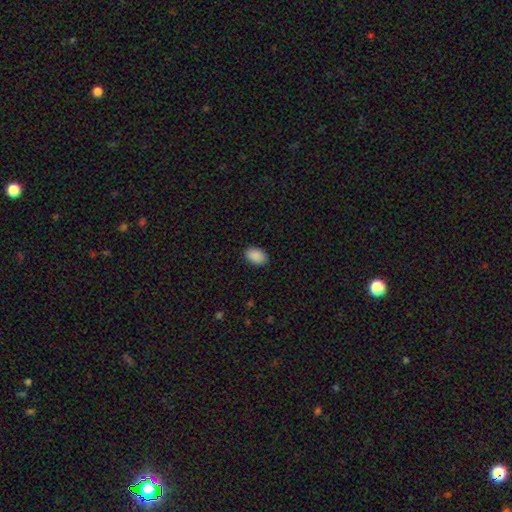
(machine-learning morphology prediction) Overall: smooth (91%). How rounded: in between (88%). Merging: none (90%).